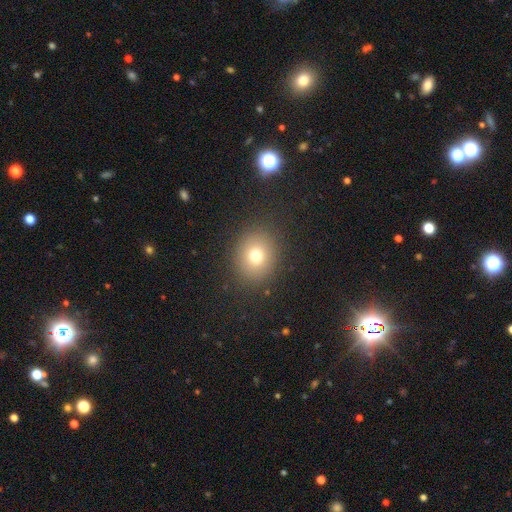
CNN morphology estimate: This is likely a smooth galaxy (73%). How rounded: likely round (70%). Merging: clearly none (86%).